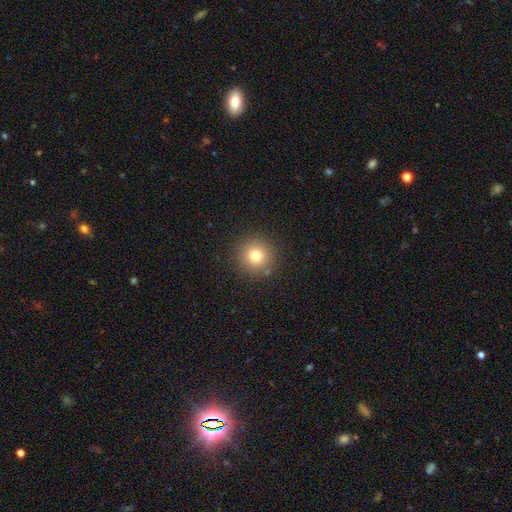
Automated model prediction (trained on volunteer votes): Morphology: type=smooth (77%); roundness=round (95%); merging=none (88%).